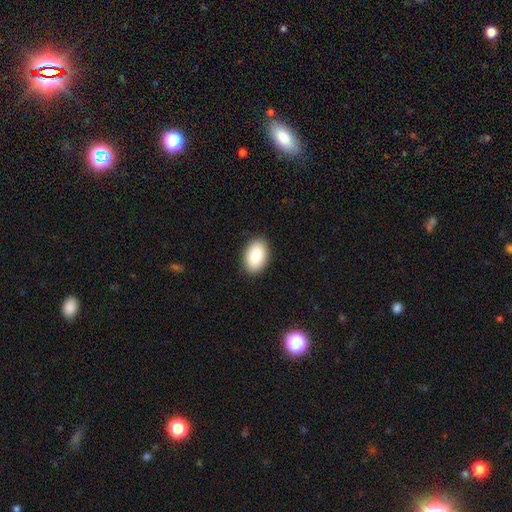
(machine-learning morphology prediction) A smooth galaxy with no disk features (87%) that is in between round and cigar-shaped (92%).

Vote fractions:
- Smooth or featured? smooth: 87% / featured or disk: 6% / star or artifact: 6%
- How rounded? in between: 92% / round: 7% / cigar-shaped: 1%
- Merging? none: 90% / minor disturbance: 8% / major disturbance: 2% / merger: 1%